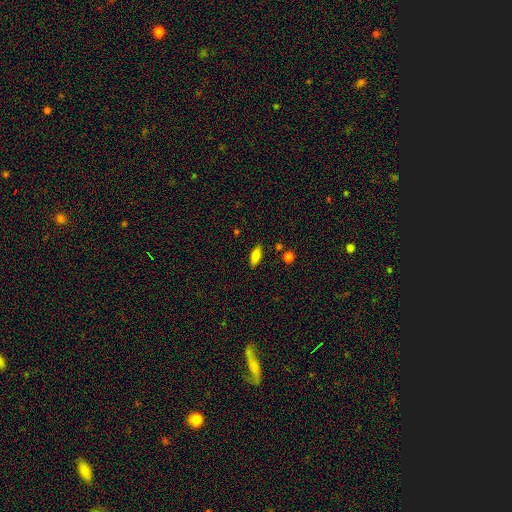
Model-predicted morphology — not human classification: smooth-or-featured: smooth: 78% | featured or disk: 14% | star or artifact: 8%
  how-rounded: in between: 80% | cigar-shaped: 17% | round: 3%
  merging: none: 85% | minor disturbance: 10% | merger: 3% | major disturbance: 2%